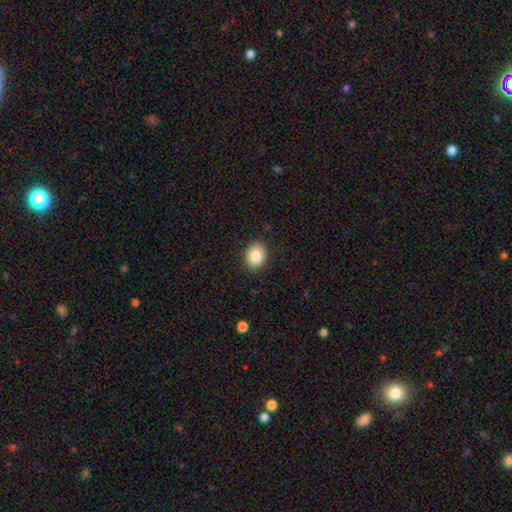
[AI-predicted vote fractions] Smooth or featured? Predicted: smooth (p=0.84). How rounded? Predicted: in between (p=0.50). Merging? Predicted: none (p=0.88).